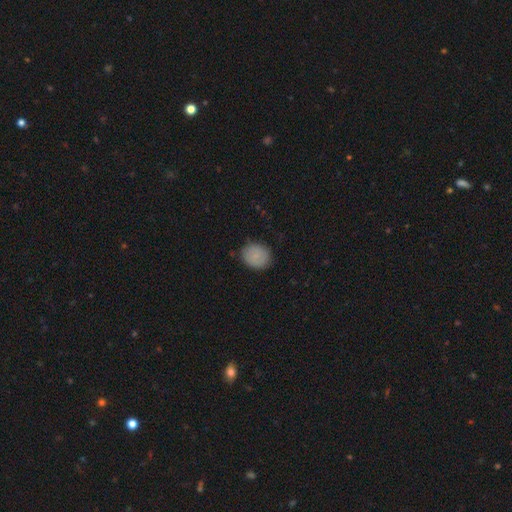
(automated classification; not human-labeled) smooth_or_featured: smooth (p=0.84) [alt: star or artifact p=0.08]
how_rounded: round (p=0.71) [alt: in between p=0.28]
merging: none (p=0.84) [alt: minor disturbance p=0.12]